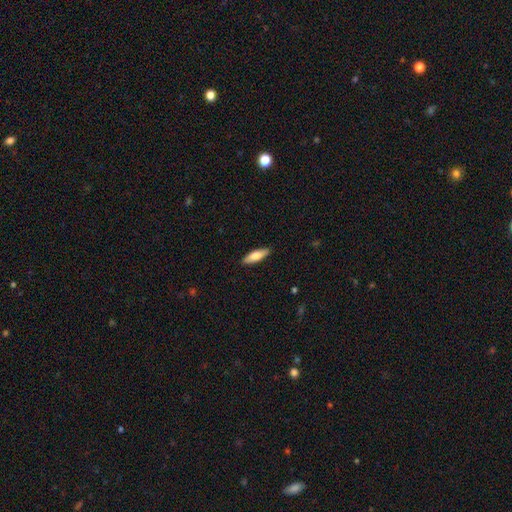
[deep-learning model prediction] Overall: smooth (75%). How rounded: cigar-shaped (51%; in between 47%). Merging: none (89%).